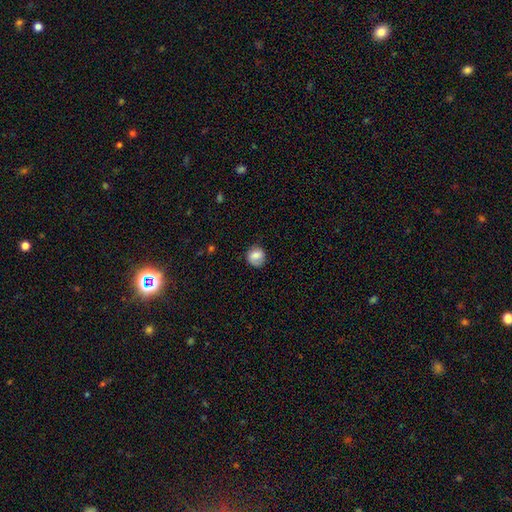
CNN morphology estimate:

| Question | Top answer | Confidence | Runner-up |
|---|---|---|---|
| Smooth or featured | smooth | 77% | featured or disk (15%) |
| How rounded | round | 82% | in between (17%) |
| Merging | none | 73% | minor disturbance (19%) |